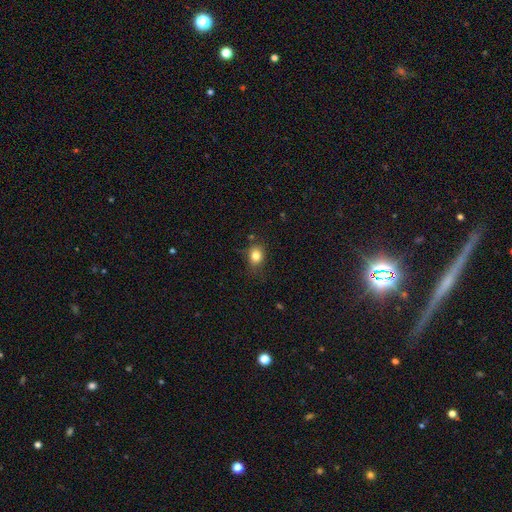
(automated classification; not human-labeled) Smooth or featured? Predicted: smooth (p=0.82). How rounded? Predicted: round (p=0.50). Merging? Predicted: none (p=0.71).